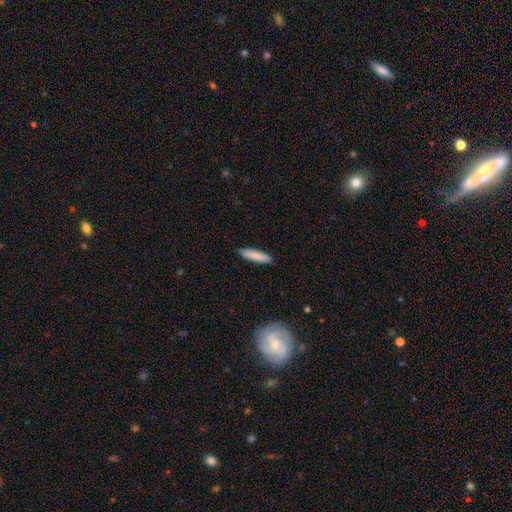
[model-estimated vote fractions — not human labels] Morphology: type=smooth (86%); roundness=cigar-shaped (78%); merging=none (90%).